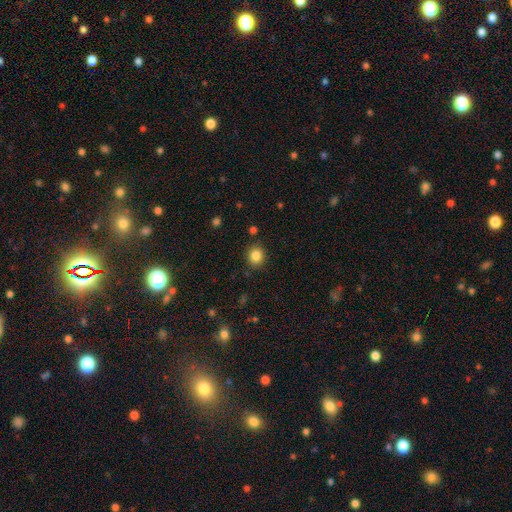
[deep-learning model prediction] smooth 85%, star or artifact 10%, featured or disk 5%. Down the decision tree: how rounded — round (77%); merging — none (88%).